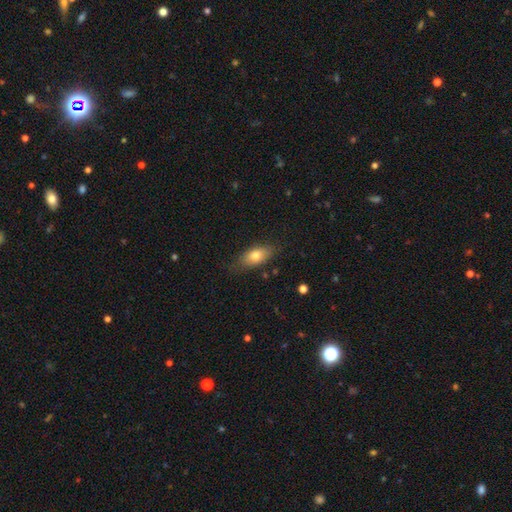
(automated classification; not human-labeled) Smooth or featured: smooth — 74% (featured or disk — 18%)
How rounded: in between — 84% (cigar-shaped — 10%)
Merging: none — 76% (minor disturbance — 18%)